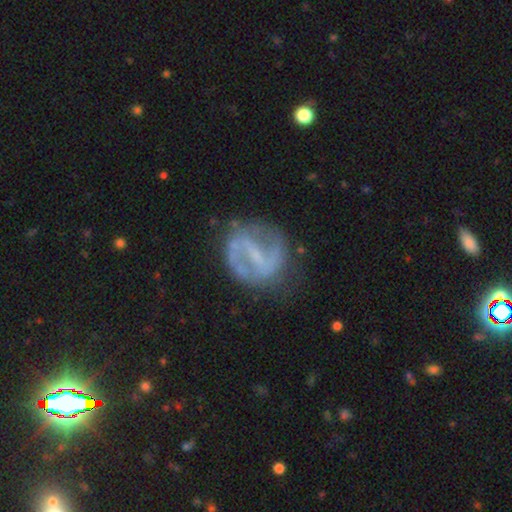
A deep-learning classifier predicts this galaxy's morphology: This is clearly a featured or disk galaxy (82%). It is clearly not viewed edge-on (97%). Bar: possibly strong (55%). Spiral arm pattern: clearly yes (86%). Spiral arm count: clearly 2 (85%). Spiral winding: possibly medium (48%). Central bulge: marginally small (44%). Merging: likely none (72%).